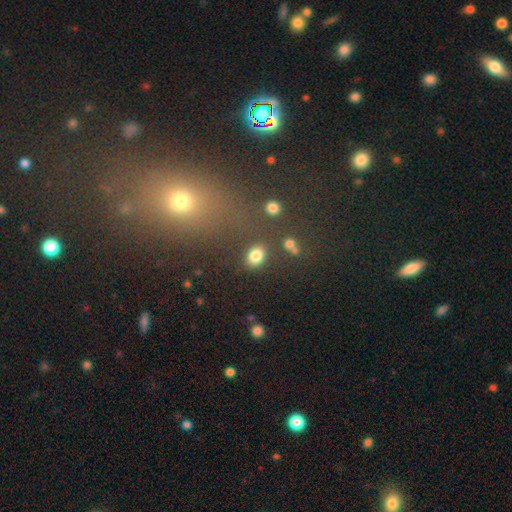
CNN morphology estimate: This appears to be a smooth galaxy with no disk features (82%) that is in between round and cigar-shaped (67%). Merging: none (79%).